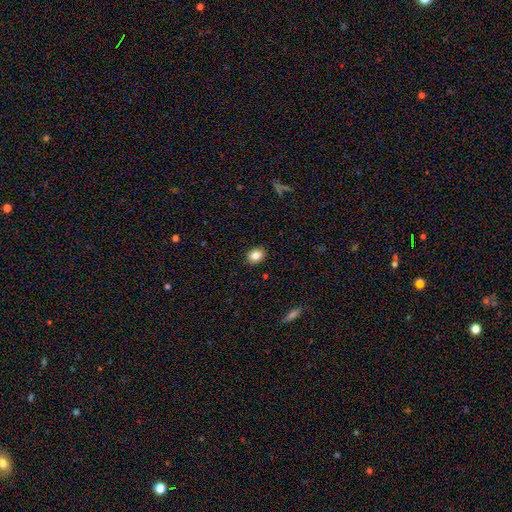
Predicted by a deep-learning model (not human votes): This appears to be a smooth galaxy with no disk features (84%) that is in between round and cigar-shaped (58%). Merging: none (89%).